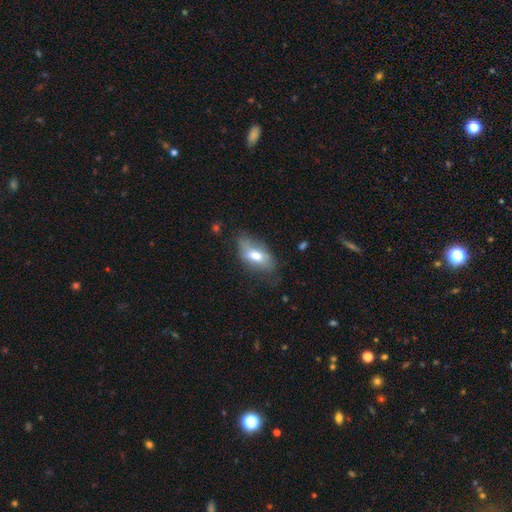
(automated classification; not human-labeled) This appears to be a smooth galaxy with no disk features (66%) that is in between round and cigar-shaped (88%). Merging: none (55%).